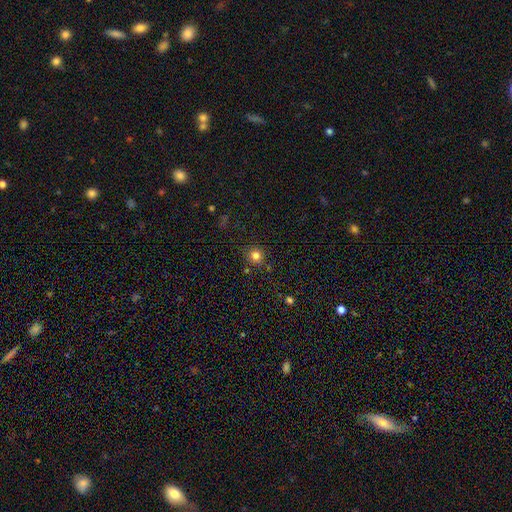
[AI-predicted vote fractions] Smooth or featured: smooth — 81% (star or artifact — 14%)
How rounded: round — 90% (in between — 9%)
Merging: none — 83% (minor disturbance — 10%)